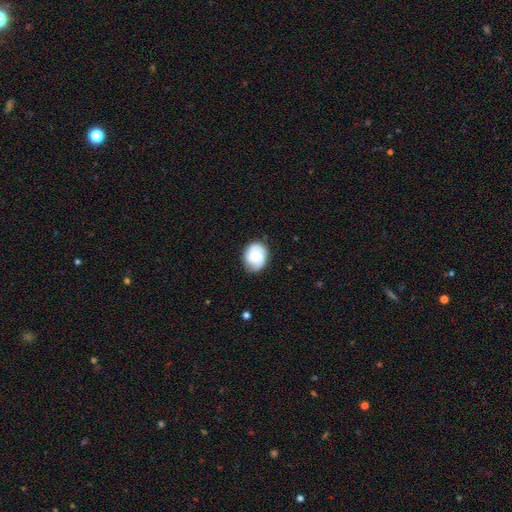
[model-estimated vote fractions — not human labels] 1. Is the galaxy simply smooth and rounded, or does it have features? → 50% smooth, 42% featured or disk, 8% star or artifact.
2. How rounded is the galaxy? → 53% round, 46% in between, 1% cigar-shaped.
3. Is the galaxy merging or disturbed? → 75% none, 19% minor disturbance, 5% major disturbance, 1% merger.